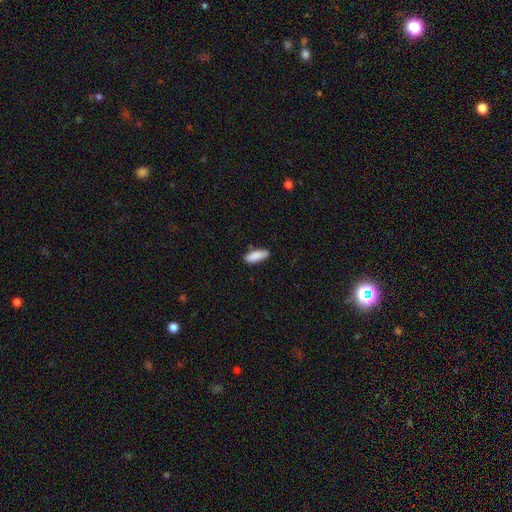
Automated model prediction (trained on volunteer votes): Smooth or featured? Predicted: smooth (p=0.88). How rounded? Predicted: in between (p=0.64). Merging? Predicted: none (p=0.81).